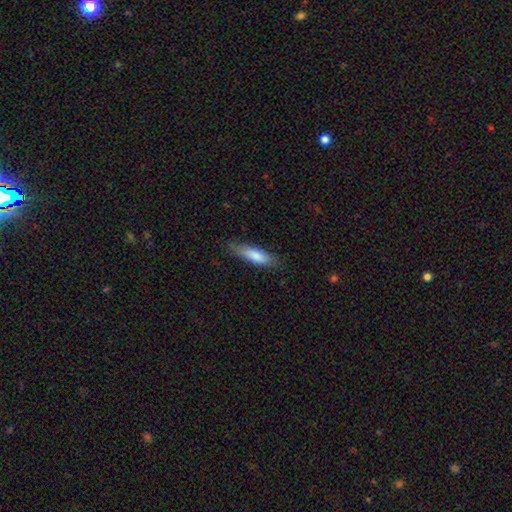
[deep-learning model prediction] Smooth or featured? smooth (81%)
How rounded? cigar-shaped (60%)
Merging? none (76%)